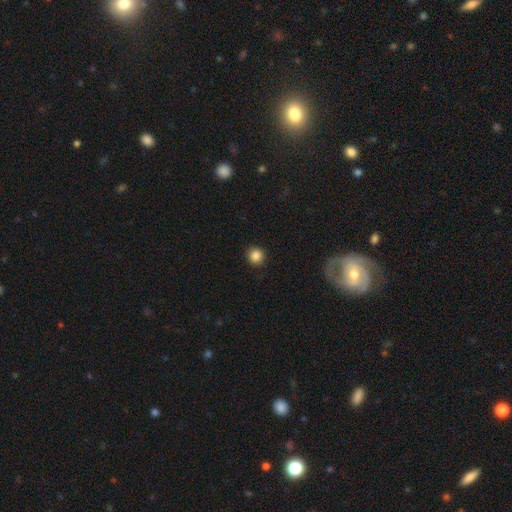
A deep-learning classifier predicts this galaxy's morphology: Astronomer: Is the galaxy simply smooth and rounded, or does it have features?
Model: smooth — 86%.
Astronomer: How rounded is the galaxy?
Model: round — 92%.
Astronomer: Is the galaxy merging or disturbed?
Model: none — 91%.